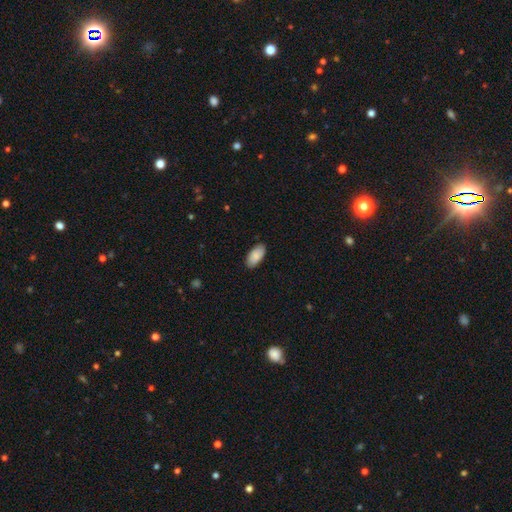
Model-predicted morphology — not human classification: A smooth galaxy with no disk features (87%) that is in between round and cigar-shaped (95%). Merging: none (86%).